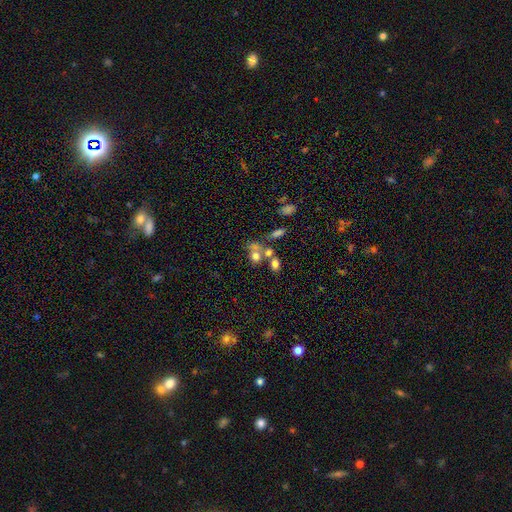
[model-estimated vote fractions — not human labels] Smooth or featured? Predicted: smooth (p=0.65). How rounded? Predicted: round (p=0.58). Merging? Predicted: merger (p=0.50).